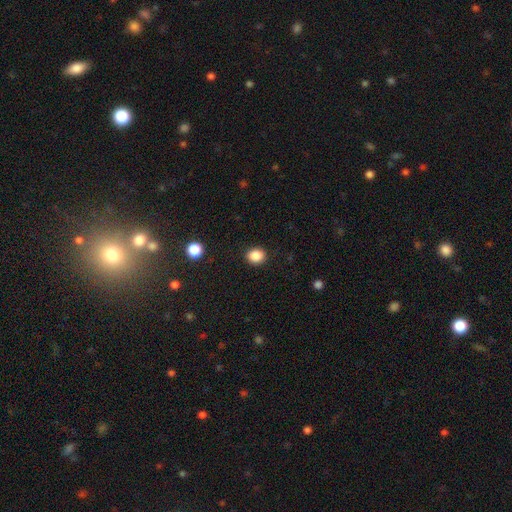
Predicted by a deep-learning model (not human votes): Smooth or featured? Predicted: smooth (p=0.87). How rounded? Predicted: round (p=0.62). Merging? Predicted: none (p=0.90).